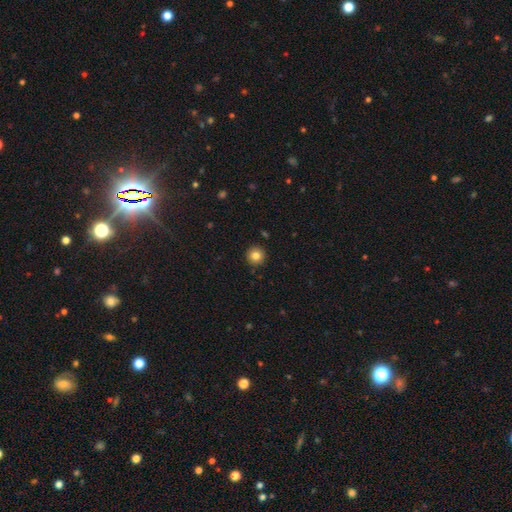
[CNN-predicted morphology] type=smooth (82%); roundness=round (95%); merging=none (92%).